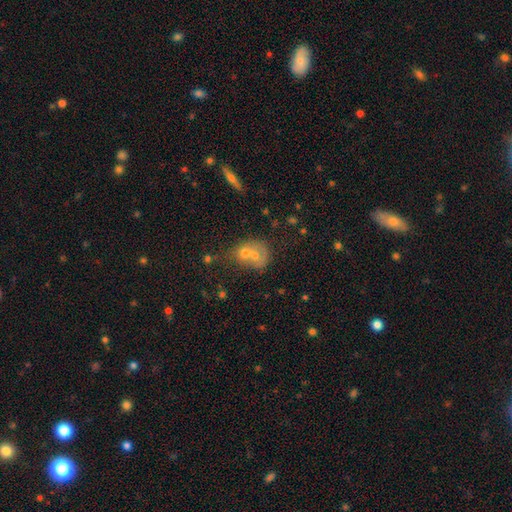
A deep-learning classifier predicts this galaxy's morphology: Smooth or featured? Predicted: smooth (p=0.63). How rounded? Predicted: round (p=0.66). Merging? Predicted: merger (p=0.69).